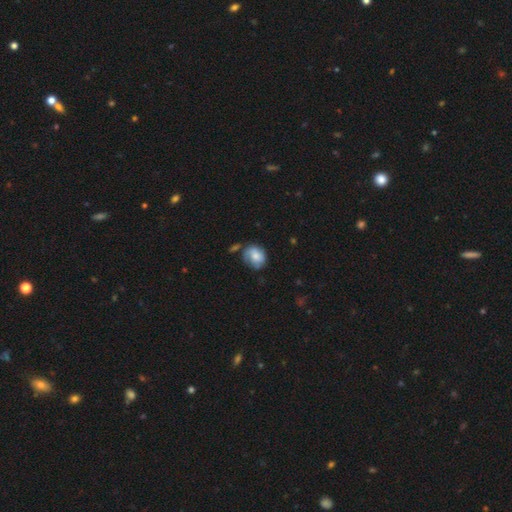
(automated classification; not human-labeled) Smooth or featured? Predicted: smooth (p=0.60). How rounded? Predicted: round (p=0.57). Merging? Predicted: none (p=0.52).